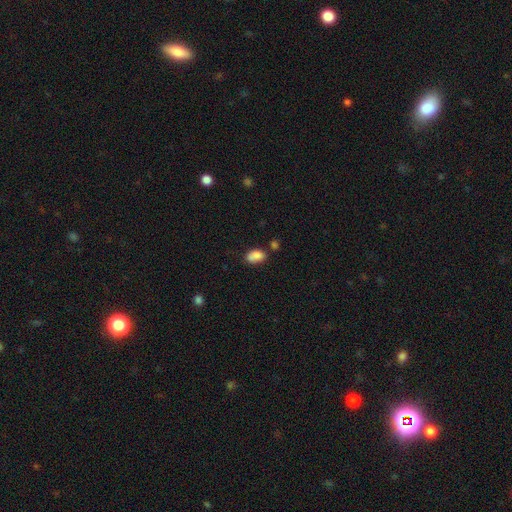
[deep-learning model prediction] smooth_or_featured: smooth (p=0.82) [alt: featured or disk p=0.09]
how_rounded: in between (p=0.87) [alt: round p=0.11]
merging: none (p=0.56) [alt: minor disturbance p=0.23]